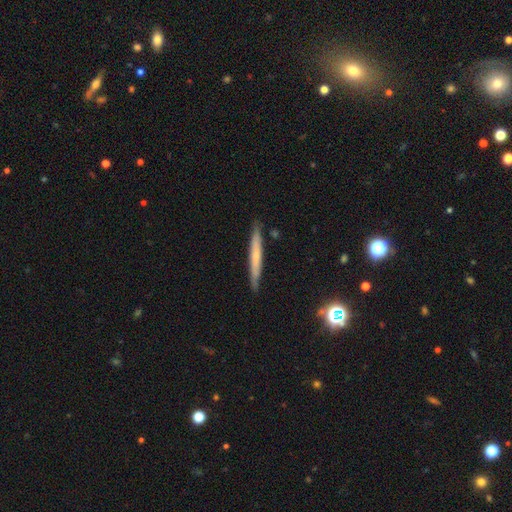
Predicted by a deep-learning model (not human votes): This appears to be a smooth galaxy with no disk features (47%). Merging: none (87%).